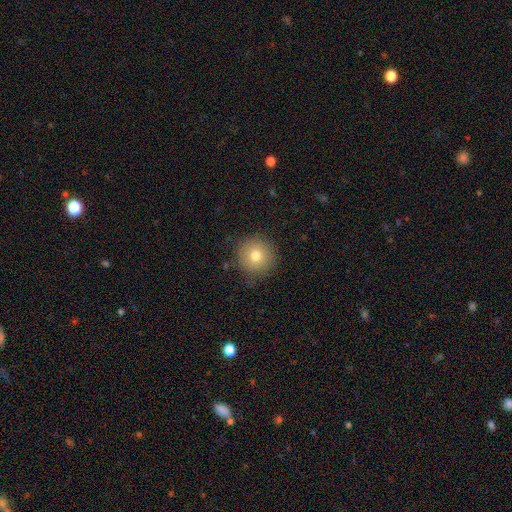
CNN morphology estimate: smooth 77%, star or artifact 12%, featured or disk 12%. Down the decision tree: how rounded — round (94%); merging — none (86%).